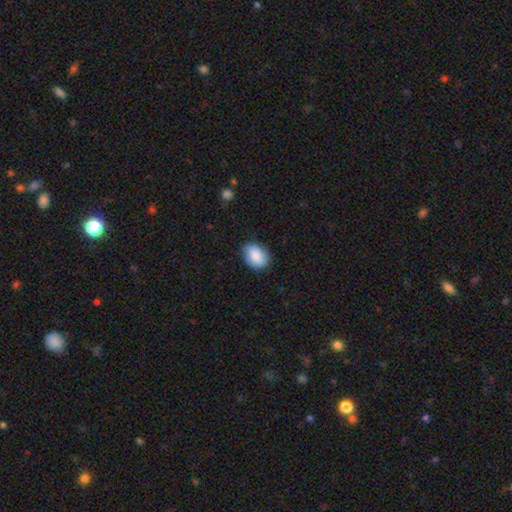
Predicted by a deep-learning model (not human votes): Overall: smooth (83%). How rounded: in between (76%). Merging: none (81%).